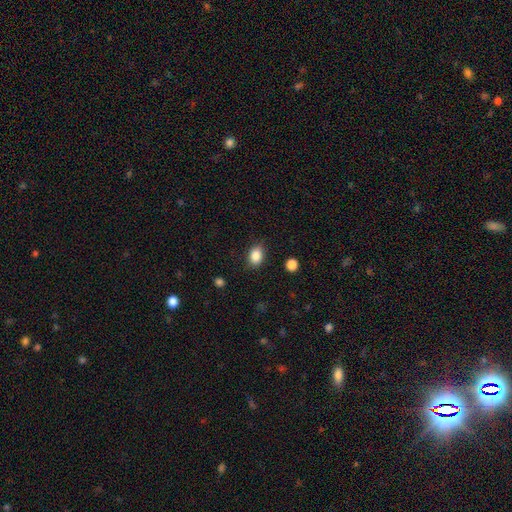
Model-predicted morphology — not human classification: Smooth or featured?
  - smooth: 86% *
  - star or artifact: 9%
  - featured or disk: 5%
How rounded?
  - in between: 71% *
  - round: 27%
  - cigar-shaped: 1%
Merging?
  - none: 83% *
  - minor disturbance: 12%
  - major disturbance: 3%
  - merger: 1%